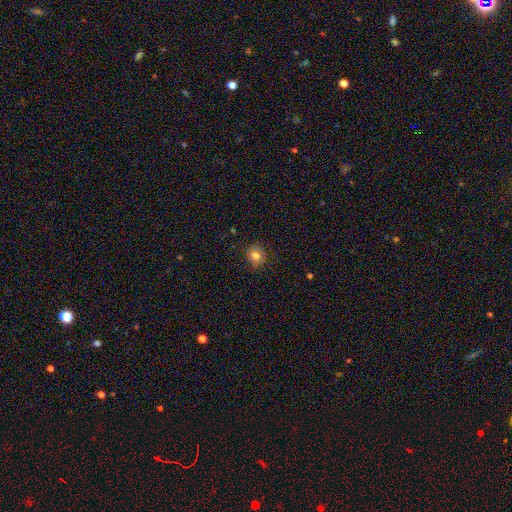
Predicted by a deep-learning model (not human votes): smooth 81%, star or artifact 12%, featured or disk 7%. Down the decision tree: how rounded — round (80%); merging — none (83%).